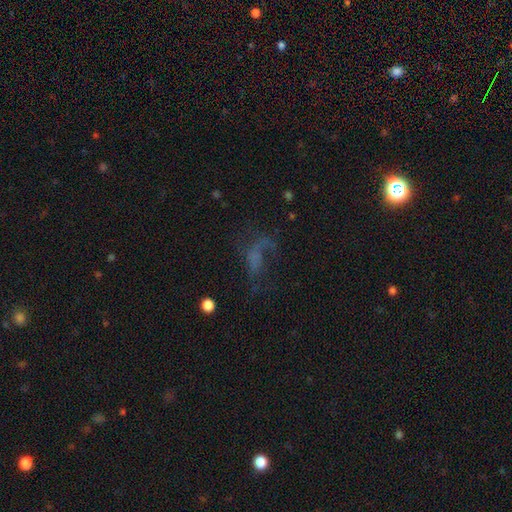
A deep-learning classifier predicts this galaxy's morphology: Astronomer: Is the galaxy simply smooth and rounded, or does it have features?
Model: featured or disk — 42% (runner-up: smooth, 29%).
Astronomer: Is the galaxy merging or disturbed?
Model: major disturbance — 42% (runner-up: none, 37%).